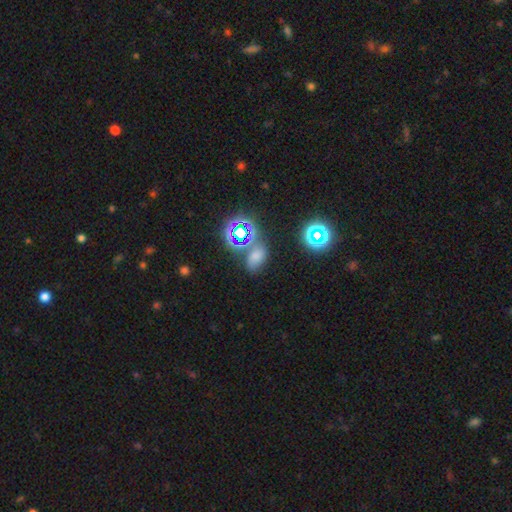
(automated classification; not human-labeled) A smooth galaxy with no disk features (52%) that is in between round and cigar-shaped (76%).

Vote fractions:
- Smooth or featured? smooth: 52% / star or artifact: 36% / featured or disk: 12%
- How rounded? in between: 76% / round: 22% / cigar-shaped: 2%
- Merging? none: 53% / merger: 19% / minor disturbance: 18% / major disturbance: 10%